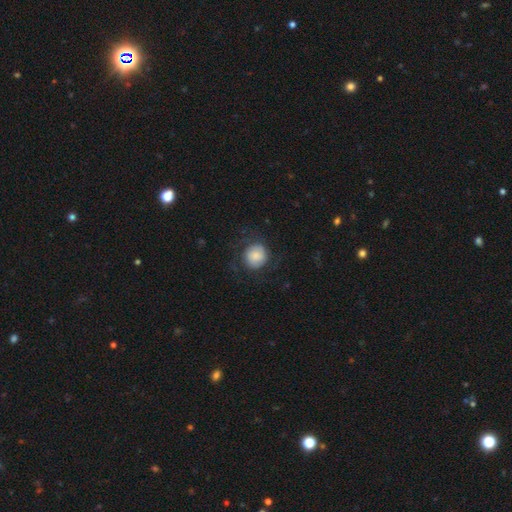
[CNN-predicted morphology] Overall: smooth (58%; featured or disk 33%). How rounded: round (84%). Merging: none (69%).